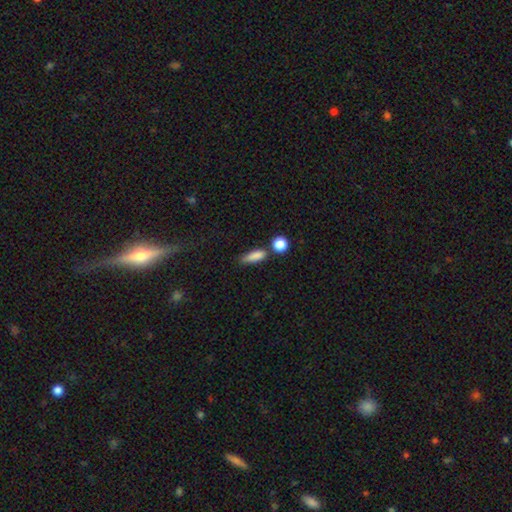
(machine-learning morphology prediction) This is clearly a smooth galaxy (83%). How rounded: possibly in between (46%). Merging: possibly none (59%).